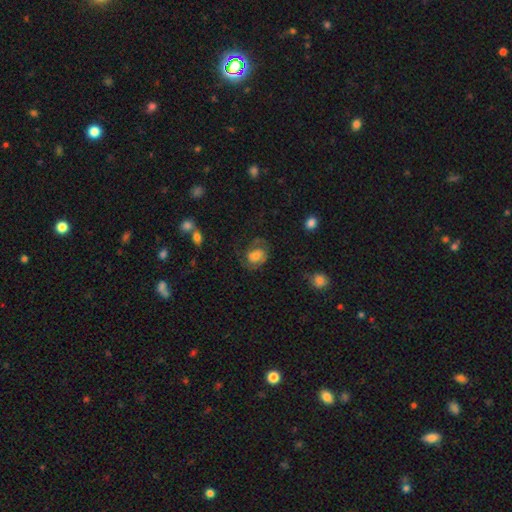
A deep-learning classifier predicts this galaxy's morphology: featured or disk 58%, smooth 33%, star or artifact 9%. Down the decision tree: edge-on disk — no (97%); bar — no (57%); spiral arms — yes (87%); bulge size — moderate (45%); merging — none (59%).